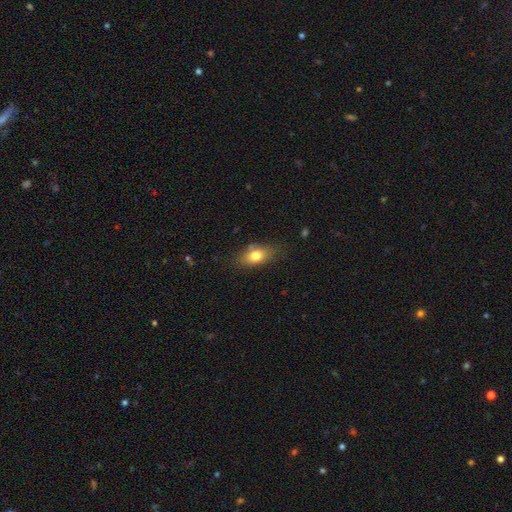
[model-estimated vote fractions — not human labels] Smooth or featured? smooth (77%)
How rounded? in between (83%)
Merging? none (72%)